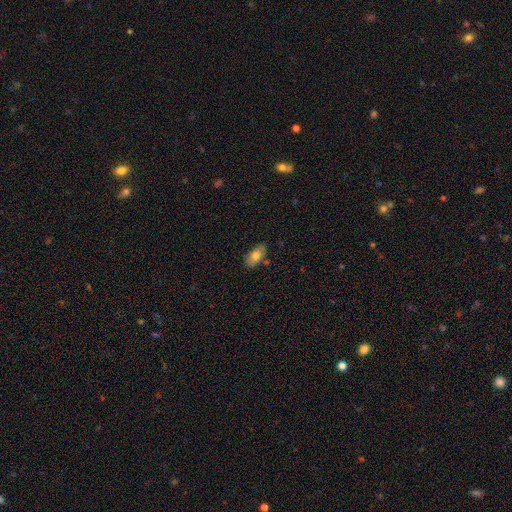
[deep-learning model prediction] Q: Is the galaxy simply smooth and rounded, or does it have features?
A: smooth — 76%.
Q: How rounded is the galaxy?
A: in between — 89%.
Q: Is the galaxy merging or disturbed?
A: none — 82%.